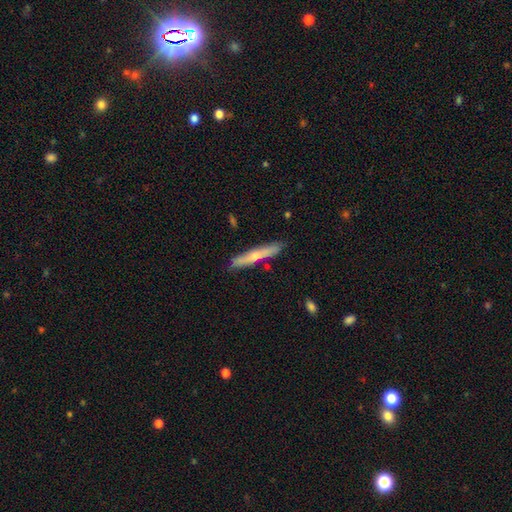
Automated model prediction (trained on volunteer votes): A smooth galaxy with no disk features (49%).

Vote fractions:
- Smooth or featured? smooth: 49% / featured or disk: 45% / star or artifact: 6%
- Merging? none: 84% / minor disturbance: 11% / merger: 3% / major disturbance: 2%